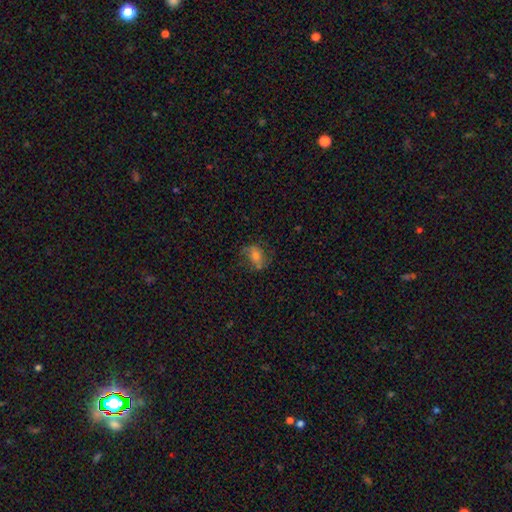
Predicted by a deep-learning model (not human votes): smooth-or-featured: smooth: 47% | featured or disk: 38% | star or artifact: 15%
  merging: none: 67% | minor disturbance: 20% | major disturbance: 10% | merger: 2%